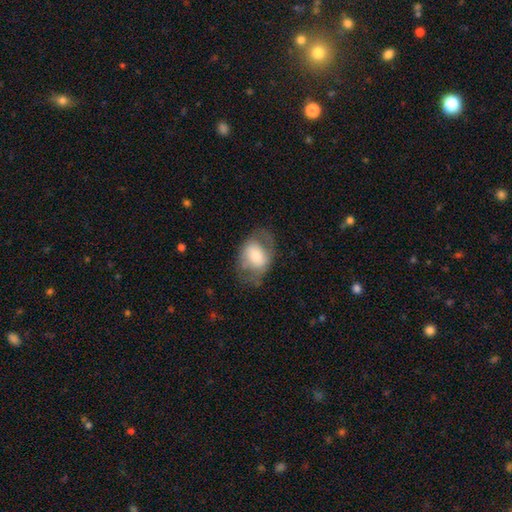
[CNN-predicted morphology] Smooth or featured: smooth — 53% (featured or disk — 40%)
How rounded: in between — 72% (round — 27%)
Merging: none — 62% (minor disturbance — 21%)